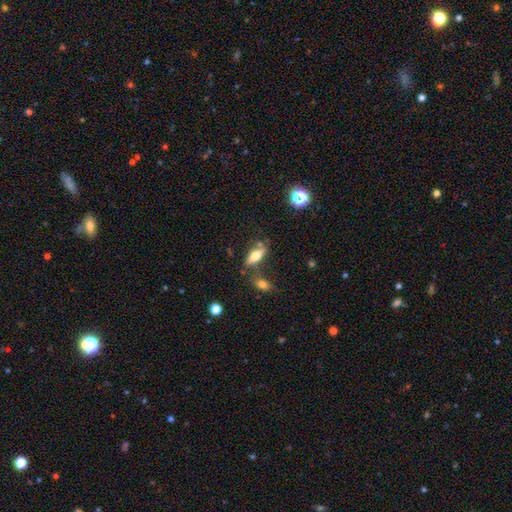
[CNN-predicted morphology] Smooth or featured? smooth (55%)
How rounded? in between (63%)
Merging? none (62%)